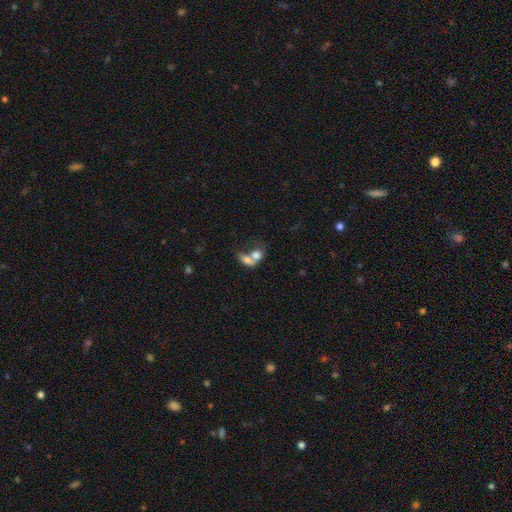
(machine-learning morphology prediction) Overall: smooth (72%). How rounded: in between (70%). Merging: merger (73%).